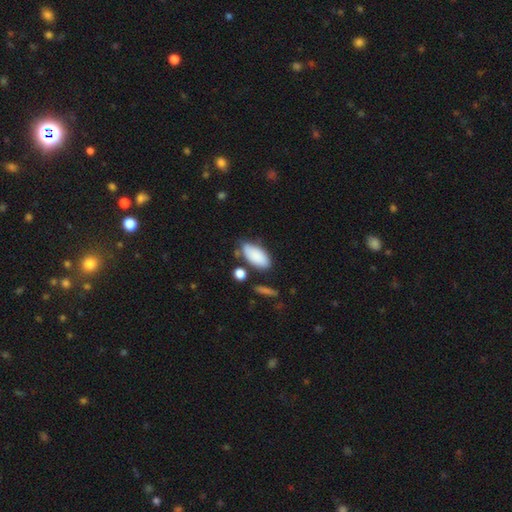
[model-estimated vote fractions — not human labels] smooth_or_featured: smooth (p=0.87) [alt: featured or disk p=0.07]
how_rounded: in between (p=0.91) [alt: cigar-shaped p=0.07]
merging: none (p=0.70) [alt: minor disturbance p=0.17]